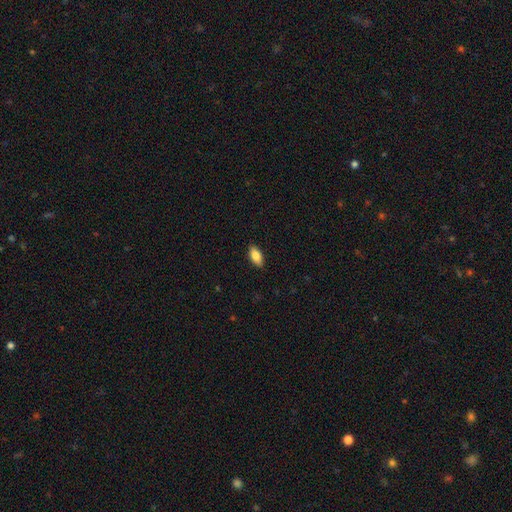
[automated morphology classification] A smooth galaxy with no disk features (82%) that is in between round and cigar-shaped (89%).

Vote fractions:
- Smooth or featured? smooth: 82% / featured or disk: 12% / star or artifact: 7%
- How rounded? in between: 89% / cigar-shaped: 8% / round: 3%
- Merging? none: 89% / minor disturbance: 8% / major disturbance: 2% / merger: 1%